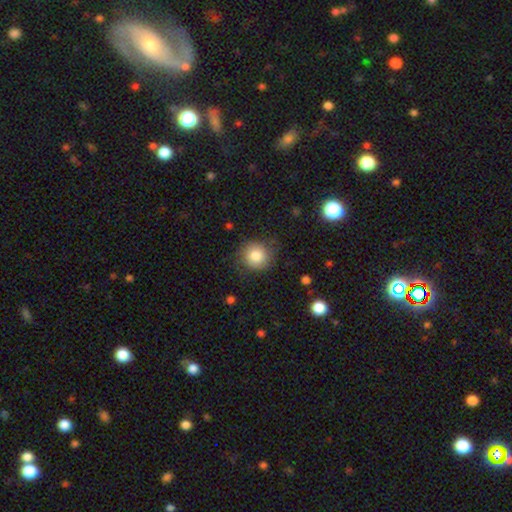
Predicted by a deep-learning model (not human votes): smooth_or_featured: smooth (p=0.80) [alt: featured or disk p=0.11]
how_rounded: round (p=0.90) [alt: in between p=0.09]
merging: none (p=0.76) [alt: minor disturbance p=0.17]